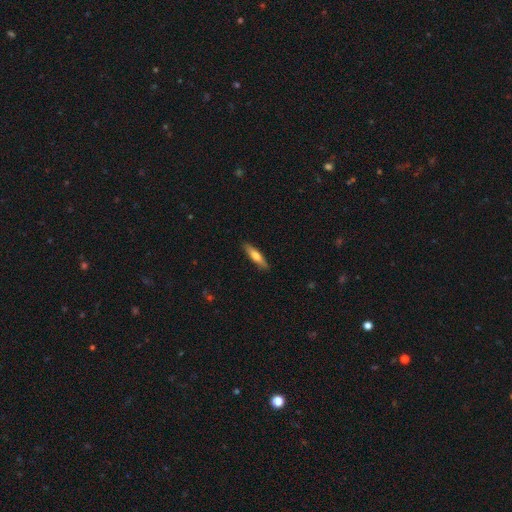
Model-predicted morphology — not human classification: This is likely a smooth galaxy (63%). How rounded: likely cigar-shaped (78%). Merging: clearly none (89%).